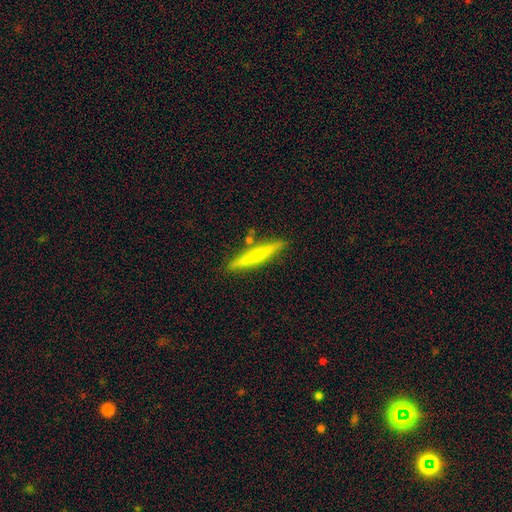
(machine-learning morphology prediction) This is likely a smooth galaxy (60%). How rounded: clearly cigar-shaped (94%). Merging: clearly none (84%).